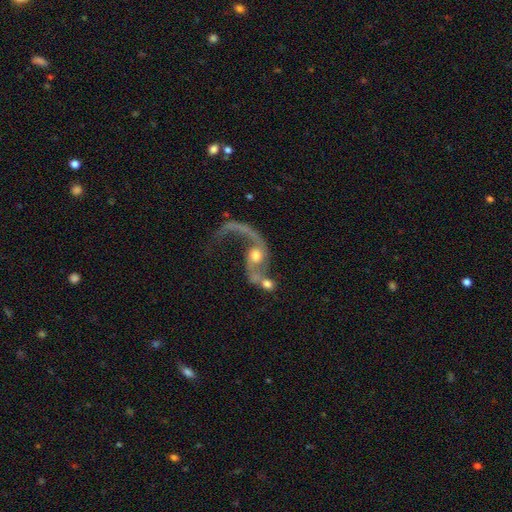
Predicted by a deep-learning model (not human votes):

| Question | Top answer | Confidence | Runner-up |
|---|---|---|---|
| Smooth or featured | featured or disk | 82% | smooth (11%) |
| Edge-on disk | no | 96% | yes (4%) |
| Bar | no | 67% | weak (24%) |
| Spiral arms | yes | 89% | no (11%) |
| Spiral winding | loose | 86% | medium (11%) |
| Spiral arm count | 2 | 68% | 1 (27%) |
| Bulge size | moderate | 62% | small (24%) |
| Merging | merger | 33% | none (28%) |